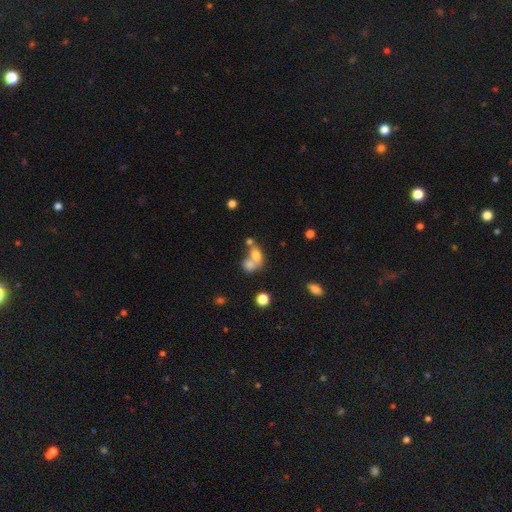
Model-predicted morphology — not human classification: A smooth galaxy with no disk features (70%) that is in between round and cigar-shaped (72%). Merging: merger (63%).